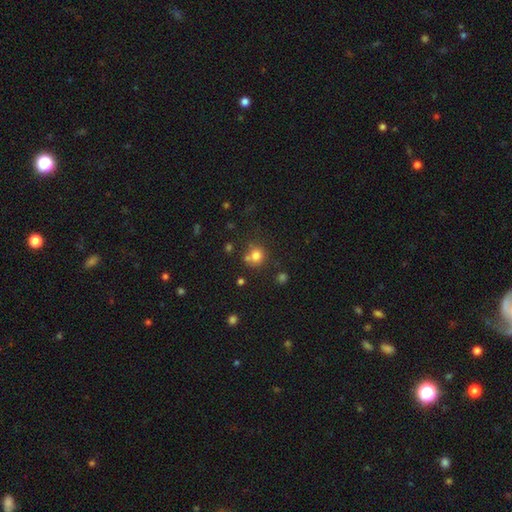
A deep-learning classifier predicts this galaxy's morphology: Overall: smooth (77%). How rounded: round (86%). Merging: none (63%).